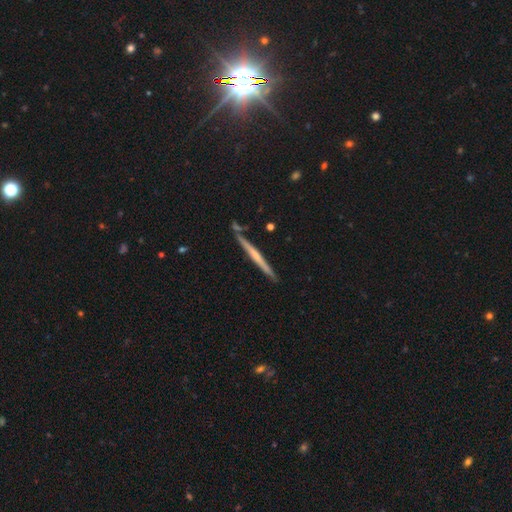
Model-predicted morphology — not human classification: Smooth or featured?
  - featured or disk: 57% *
  - smooth: 37%
  - star or artifact: 6%
Edge-on disk?
  - yes: 97% *
  - no: 3%
Edge-on bulge?
  - none: 67% *
  - rounded: 25%
  - boxy: 8%
Merging?
  - none: 85% *
  - minor disturbance: 9%
  - merger: 4%
  - major disturbance: 2%